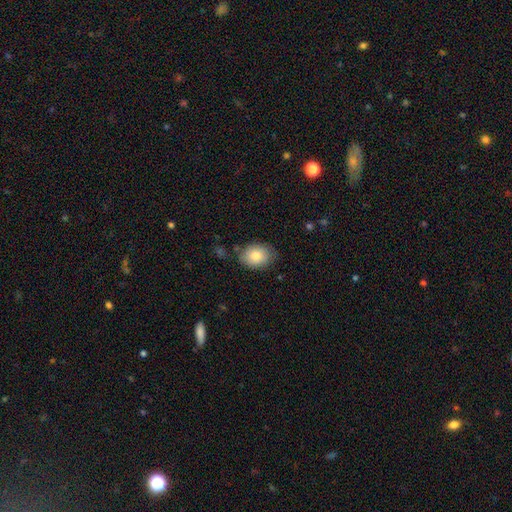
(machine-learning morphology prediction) This appears to be a smooth galaxy with no disk features (82%) that is in between round and cigar-shaped (67%). Merging: none (77%).